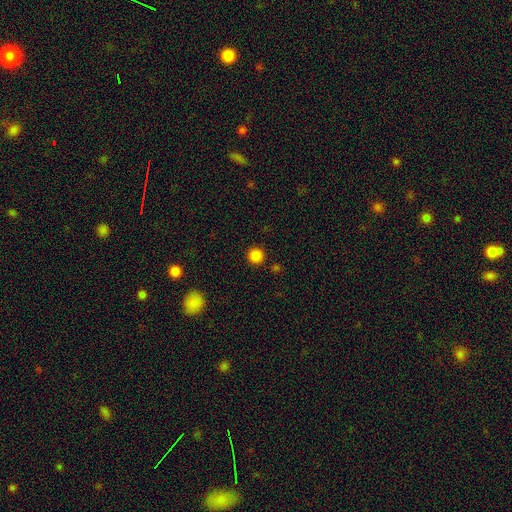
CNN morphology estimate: Overall: smooth (85%). How rounded: round (96%). Merging: none (90%).